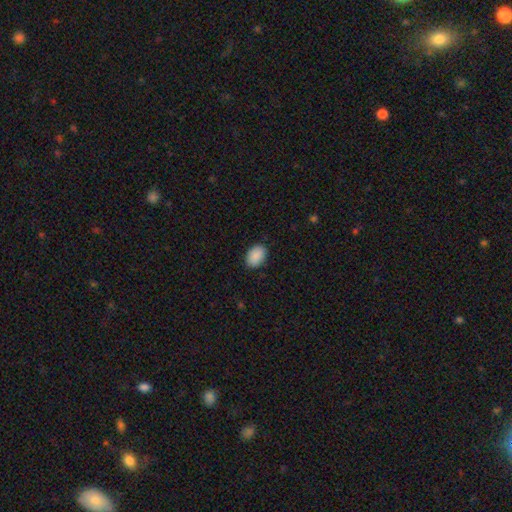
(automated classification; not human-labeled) Q: Smooth or featured?
A: smooth (90%); runner-up: star or artifact (7%)
Q: How rounded?
A: in between (83%); runner-up: round (16%)
Q: Merging?
A: none (87%); runner-up: minor disturbance (9%)